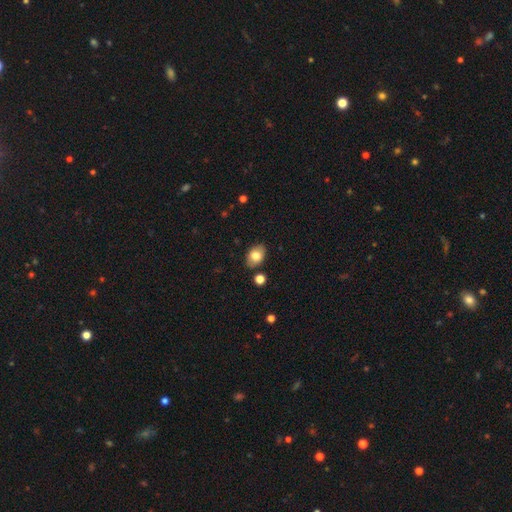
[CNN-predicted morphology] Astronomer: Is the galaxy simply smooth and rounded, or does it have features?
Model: smooth — 79%.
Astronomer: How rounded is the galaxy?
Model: in between — 81%.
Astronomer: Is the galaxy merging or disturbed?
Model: none — 83%.